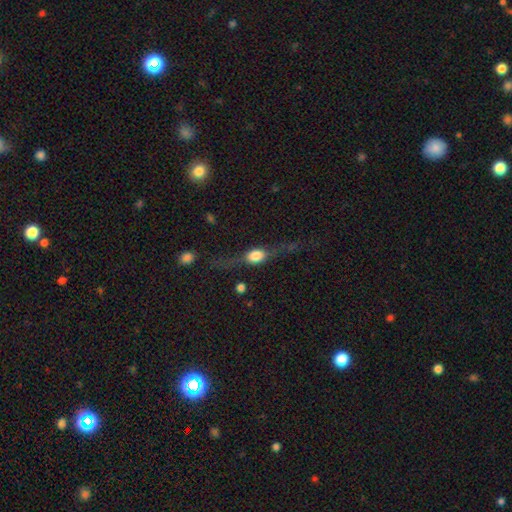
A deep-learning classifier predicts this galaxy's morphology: Smooth or featured: featured or disk — 57% (smooth — 35%)
Edge-on disk: yes — 87% (no — 13%)
Merging: none — 64% (minor disturbance — 17%)